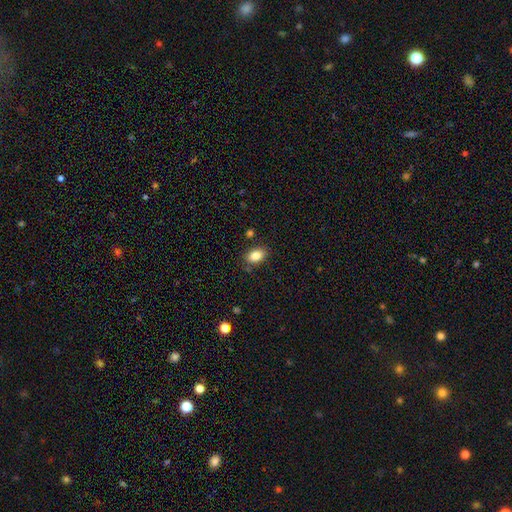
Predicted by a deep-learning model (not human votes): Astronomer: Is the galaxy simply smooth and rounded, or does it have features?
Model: smooth — 85%.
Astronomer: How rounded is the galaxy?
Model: in between — 86%.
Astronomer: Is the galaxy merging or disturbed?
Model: none — 84%.